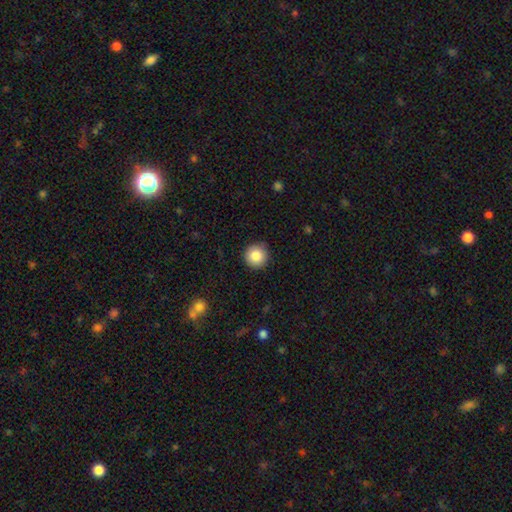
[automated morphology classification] smooth-or-featured: smooth: 85% | star or artifact: 9% | featured or disk: 6%
  how-rounded: round: 95% | in between: 4% | cigar-shaped: 1%
  merging: none: 90% | minor disturbance: 7% | major disturbance: 2% | merger: 1%